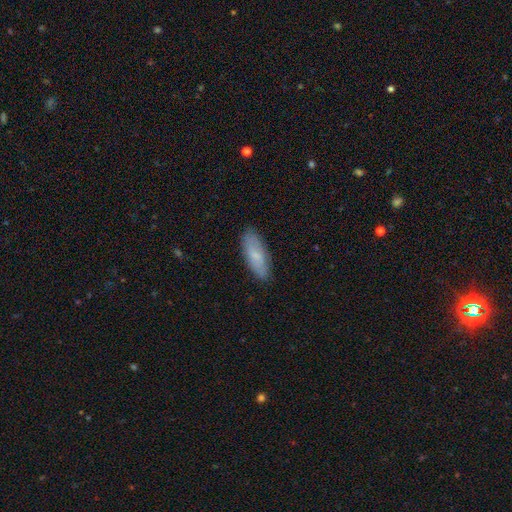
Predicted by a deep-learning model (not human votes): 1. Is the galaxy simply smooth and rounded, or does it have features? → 74% smooth, 19% featured or disk, 6% star or artifact.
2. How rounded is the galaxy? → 69% in between, 29% cigar-shaped, 2% round.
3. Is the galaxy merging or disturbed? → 84% none, 12% minor disturbance, 2% major disturbance, 1% merger.